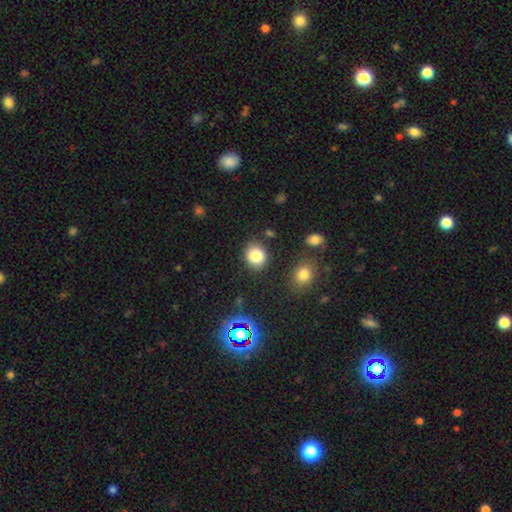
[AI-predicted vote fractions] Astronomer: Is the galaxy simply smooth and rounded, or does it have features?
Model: smooth — 82%.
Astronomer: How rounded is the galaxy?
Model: round — 69%.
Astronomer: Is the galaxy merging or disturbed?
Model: none — 84%.